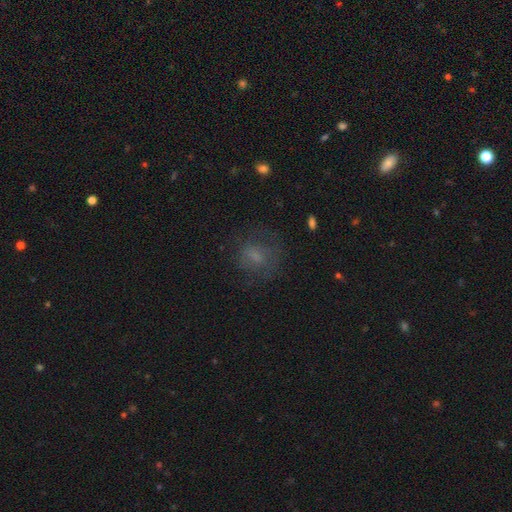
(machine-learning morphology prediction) This is possibly a smooth galaxy (56%). How rounded: possibly round (57%). Merging: likely none (62%).